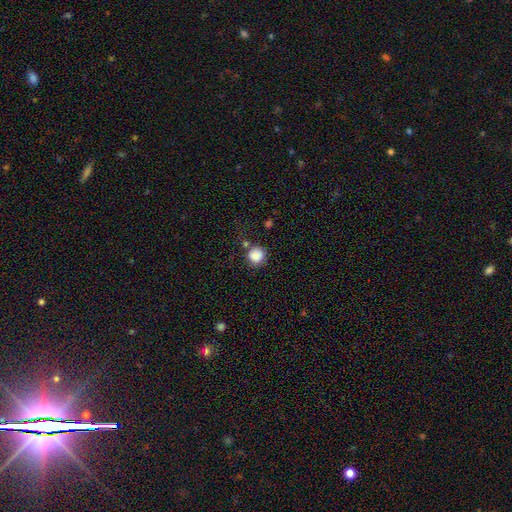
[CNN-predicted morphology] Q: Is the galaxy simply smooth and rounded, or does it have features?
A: smooth — 85%.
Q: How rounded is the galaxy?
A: round — 92%.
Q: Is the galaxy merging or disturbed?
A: none — 75%.